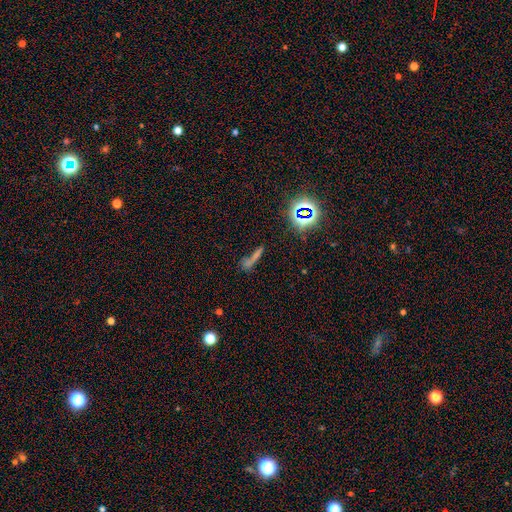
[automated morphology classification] Smooth or featured? smooth (43%)
Merging? none (51%)